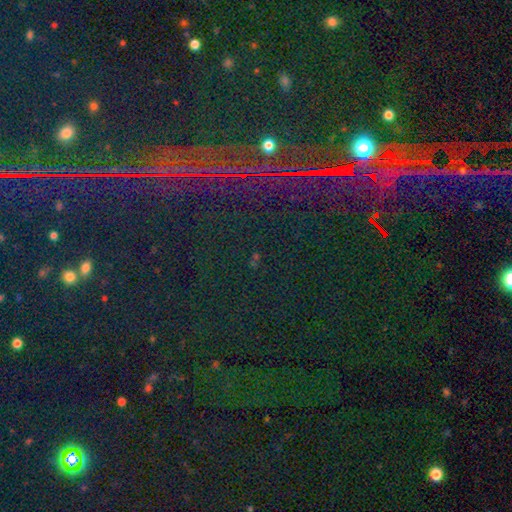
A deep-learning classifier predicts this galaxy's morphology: smooth_or_featured: star or artifact (p=0.86) [alt: featured or disk p=0.07]